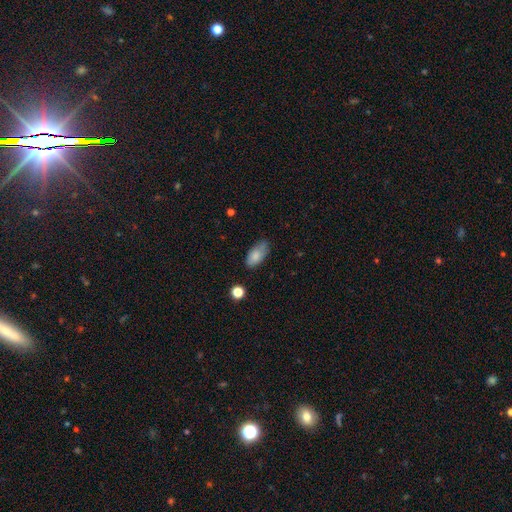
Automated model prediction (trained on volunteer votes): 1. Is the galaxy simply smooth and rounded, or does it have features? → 82% smooth, 10% featured or disk, 7% star or artifact.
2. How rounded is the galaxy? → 90% in between, 7% cigar-shaped, 3% round.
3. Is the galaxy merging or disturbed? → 67% none, 26% minor disturbance, 5% major disturbance, 2% merger.